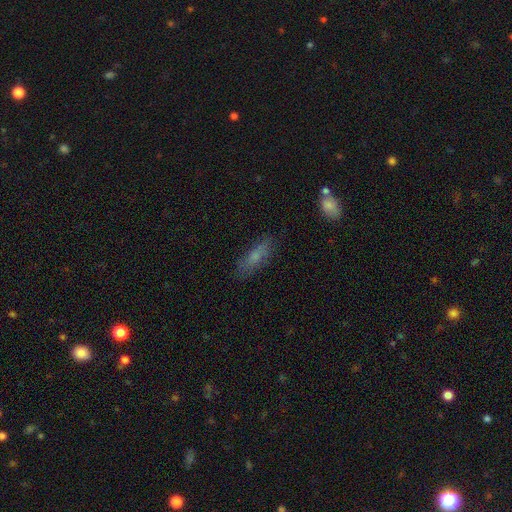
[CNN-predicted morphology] This appears to be a smooth galaxy with no disk features (68%) that is cigar-shaped (51%). Merging: none (78%).